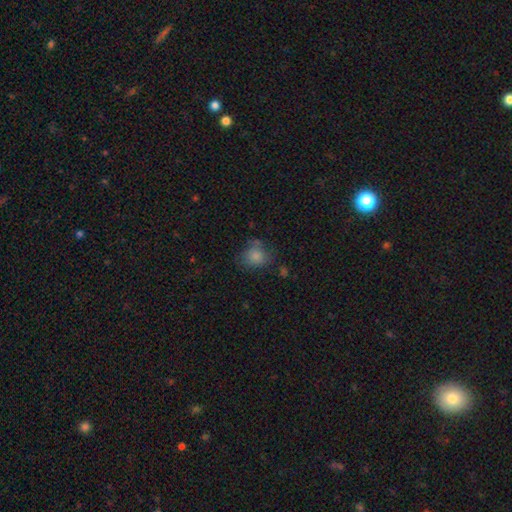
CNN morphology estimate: Smooth or featured: smooth — 80% (star or artifact — 11%)
How rounded: round — 67% (in between — 32%)
Merging: none — 57% (minor disturbance — 26%)